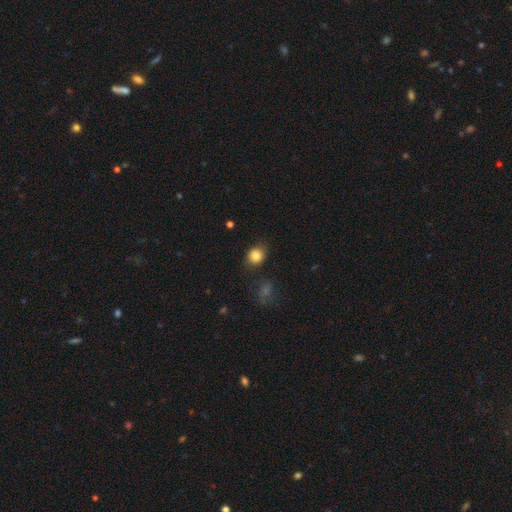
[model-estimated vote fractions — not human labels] Morphology: type=smooth (83%); roundness=round (74%); merging=none (78%).